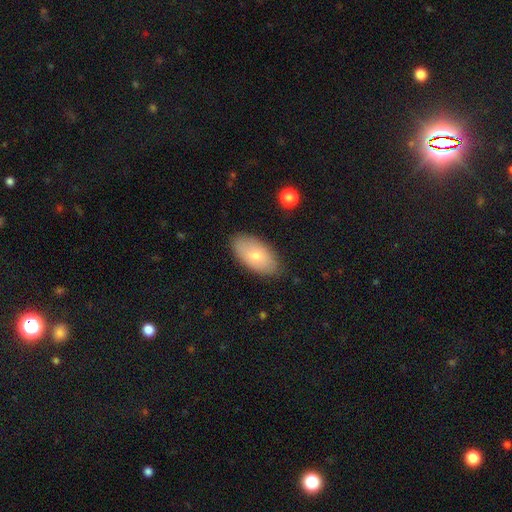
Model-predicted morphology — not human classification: This is likely a smooth galaxy (74%). How rounded: clearly in between (94%). Merging: clearly none (83%).